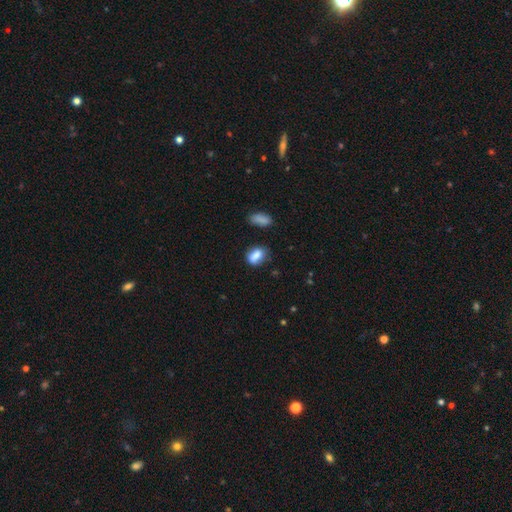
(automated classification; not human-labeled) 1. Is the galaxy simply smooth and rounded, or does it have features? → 80% smooth, 10% featured or disk, 9% star or artifact.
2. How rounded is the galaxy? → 77% in between, 19% round, 5% cigar-shaped.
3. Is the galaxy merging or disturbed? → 61% none, 25% minor disturbance, 7% merger, 7% major disturbance.